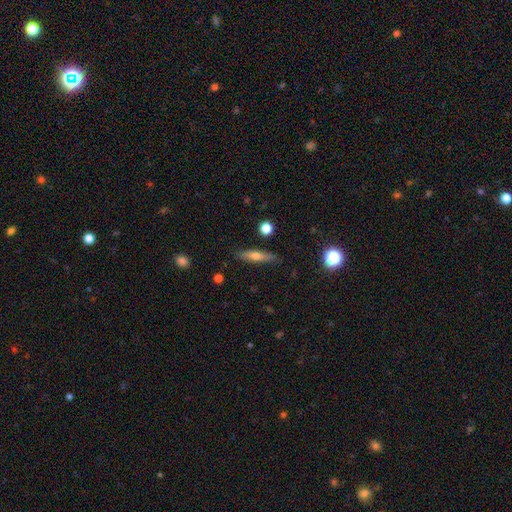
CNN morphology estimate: Smooth or featured?
  - smooth: 56% *
  - featured or disk: 36%
  - star or artifact: 8%
How rounded?
  - cigar-shaped: 79% *
  - in between: 19%
  - round: 3%
Merging?
  - none: 85% *
  - minor disturbance: 11%
  - major disturbance: 2%
  - merger: 2%